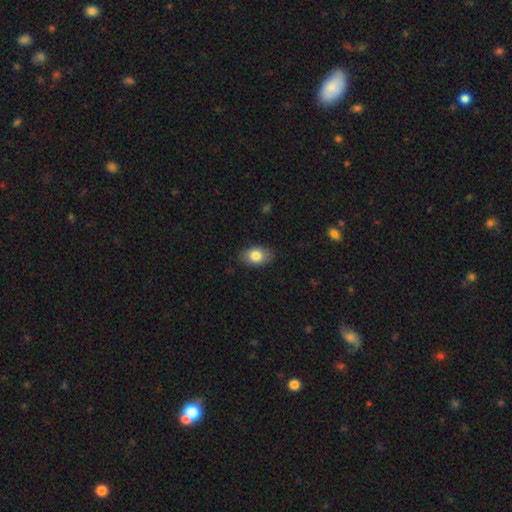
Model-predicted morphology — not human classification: smooth 81%, featured or disk 12%, star or artifact 7%. Down the decision tree: how rounded — in between (86%); merging — none (85%).